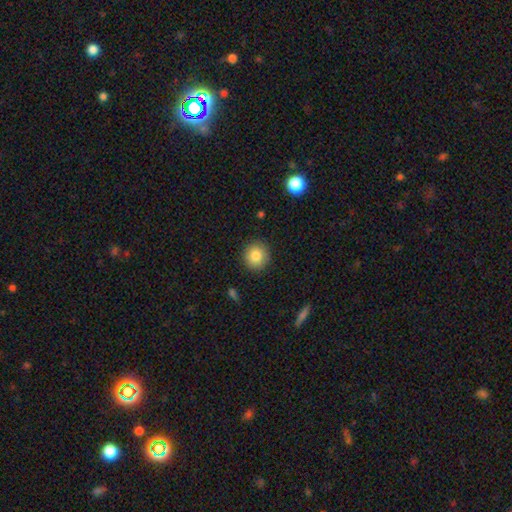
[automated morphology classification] Q: Smooth or featured?
A: smooth (84%); runner-up: star or artifact (9%)
Q: How rounded?
A: round (91%); runner-up: in between (8%)
Q: Merging?
A: none (90%); runner-up: minor disturbance (7%)